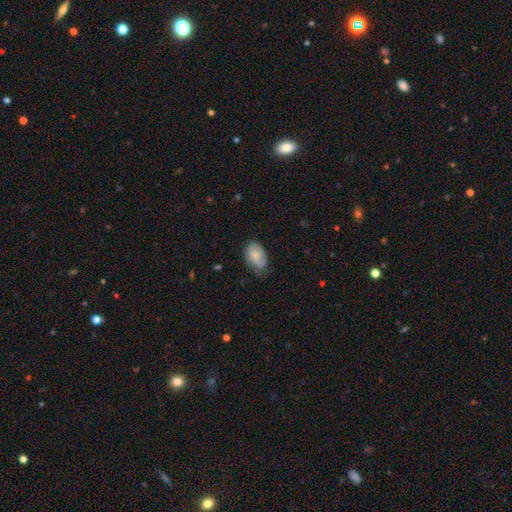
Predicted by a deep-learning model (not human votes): A smooth galaxy with no disk features (66%) that is in between round and cigar-shaped (90%). Merging: none (56%).